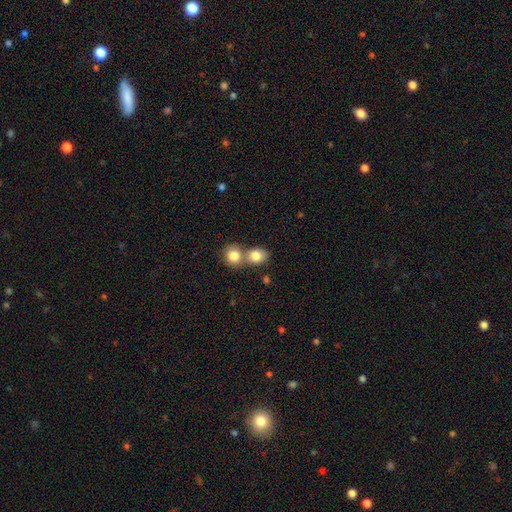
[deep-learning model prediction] Smooth or featured?
  - smooth: 81% *
  - featured or disk: 10%
  - star or artifact: 9%
How rounded?
  - round: 61% *
  - in between: 38%
  - cigar-shaped: 1%
Merging?
  - merger: 56% *
  - none: 35%
  - minor disturbance: 7%
  - major disturbance: 3%